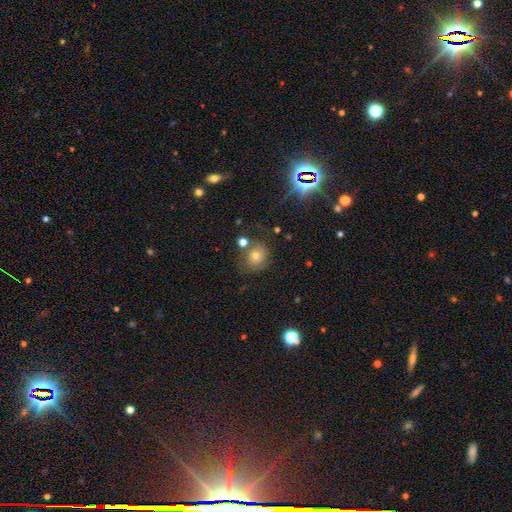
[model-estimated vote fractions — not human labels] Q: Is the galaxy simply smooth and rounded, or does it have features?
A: smooth — 56%.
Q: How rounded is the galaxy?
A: round — 83%.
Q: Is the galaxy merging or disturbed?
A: none — 68%.